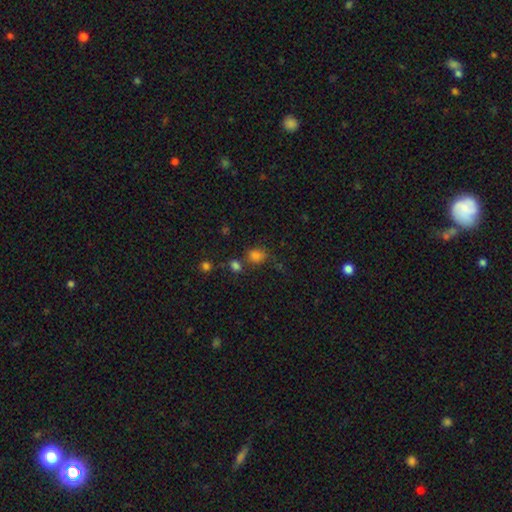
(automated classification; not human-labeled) This appears to be a smooth galaxy with no disk features (76%) that is in between round and cigar-shaped (51%). Merging: none (58%).